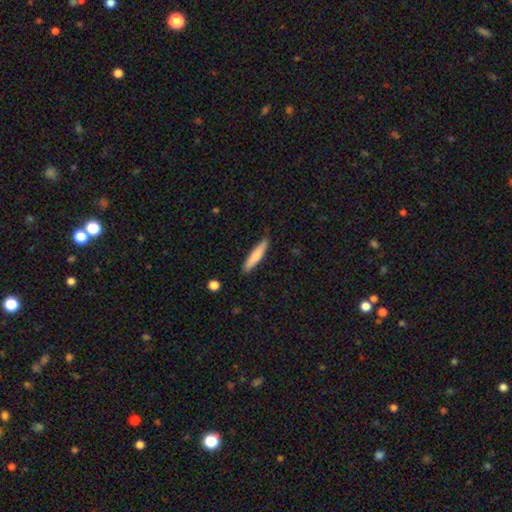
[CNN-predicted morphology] type=smooth (79%); roundness=cigar-shaped (87%); merging=none (87%).